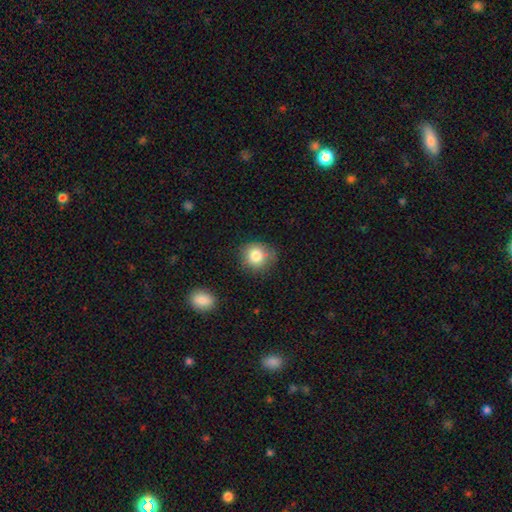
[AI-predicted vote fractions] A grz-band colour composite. It shows a smooth galaxy with no disk features (82%) that is round (83%). Merging: none (73%).